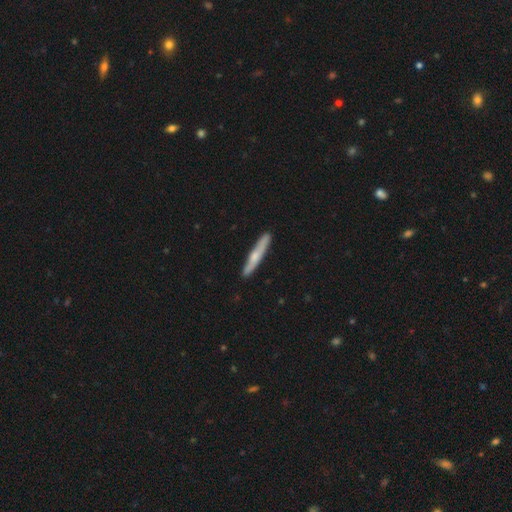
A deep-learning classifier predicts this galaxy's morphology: Smooth or featured: smooth — 55% (featured or disk — 40%)
How rounded: cigar-shaped — 94% (in between — 4%)
Merging: none — 89% (minor disturbance — 8%)